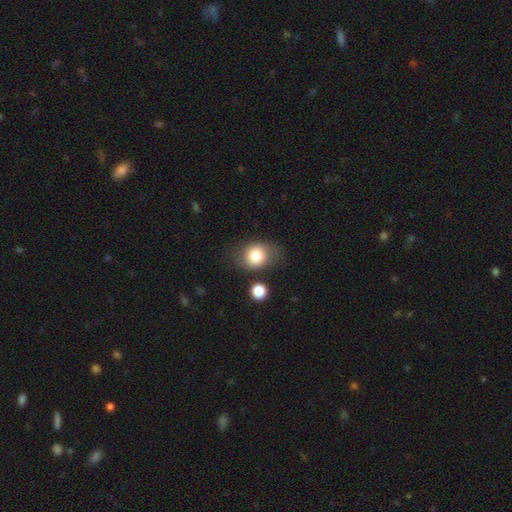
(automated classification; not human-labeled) The model was most divided on "how rounded": round: 54%, in between: 45%, cigar-shaped: 1%. More confident: smooth or featured — smooth (79%); merging — none (65%).